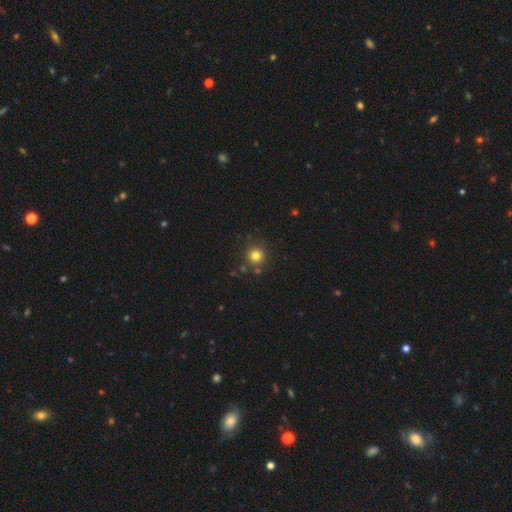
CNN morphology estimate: Smooth or featured? Predicted: smooth (p=0.79). How rounded? Predicted: round (p=0.93). Merging? Predicted: none (p=0.81).